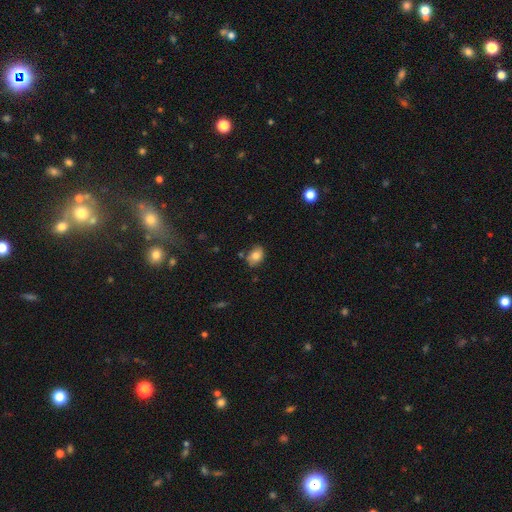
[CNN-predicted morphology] Smooth or featured? smooth (79%)
How rounded? in between (73%)
Merging? none (74%)